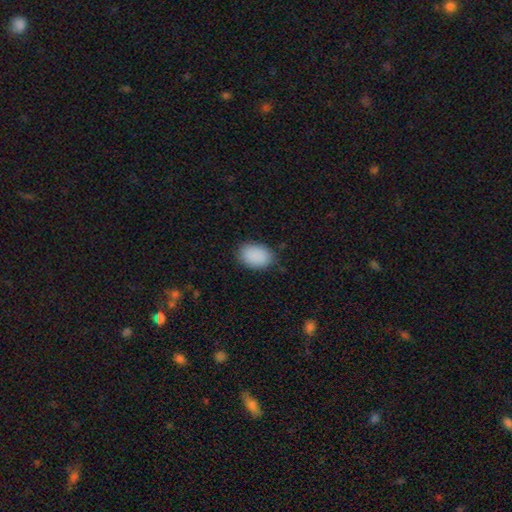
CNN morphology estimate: Smooth or featured? Predicted: smooth (p=0.90). How rounded? Predicted: in between (p=0.83). Merging? Predicted: none (p=0.81).